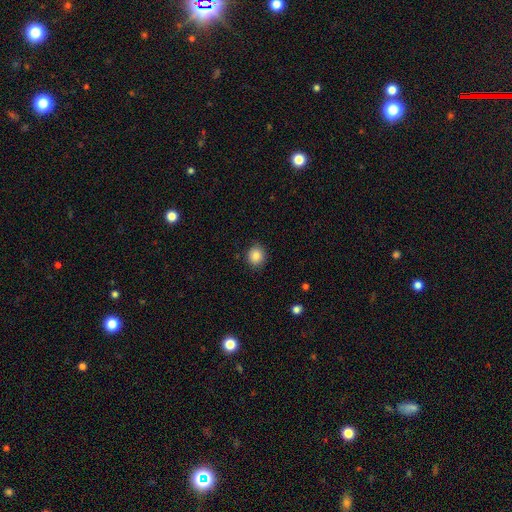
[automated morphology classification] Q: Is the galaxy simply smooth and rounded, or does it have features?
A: smooth — 86%.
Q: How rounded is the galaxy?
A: round — 80%.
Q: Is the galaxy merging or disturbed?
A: none — 88%.